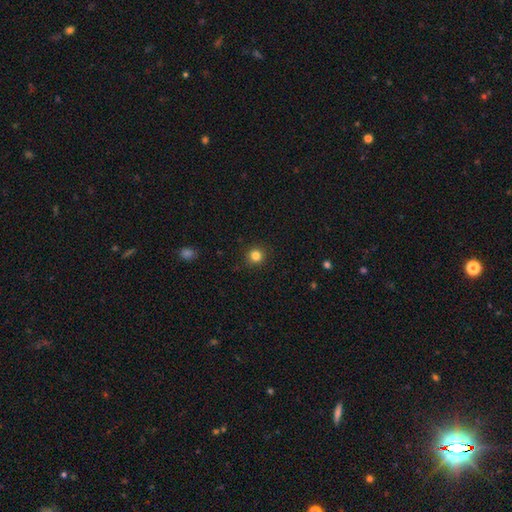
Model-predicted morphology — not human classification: Smooth or featured?
  - smooth: 83% *
  - star or artifact: 12%
  - featured or disk: 5%
How rounded?
  - round: 92% *
  - in between: 7%
  - cigar-shaped: 1%
Merging?
  - none: 91% *
  - minor disturbance: 6%
  - major disturbance: 2%
  - merger: 1%